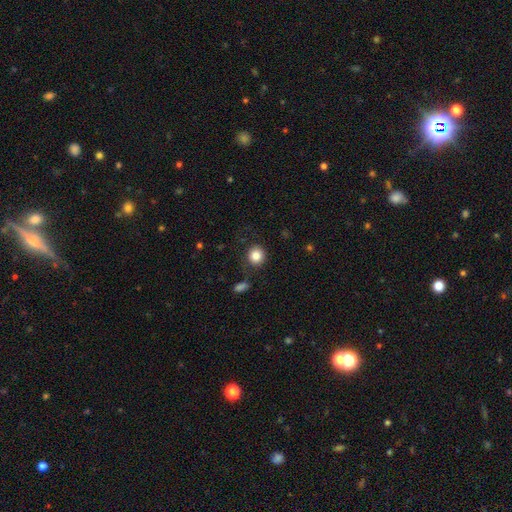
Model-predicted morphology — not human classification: Q: Smooth or featured?
A: smooth (84%); runner-up: star or artifact (10%)
Q: How rounded?
A: round (89%); runner-up: in between (10%)
Q: Merging?
A: none (84%); runner-up: minor disturbance (10%)